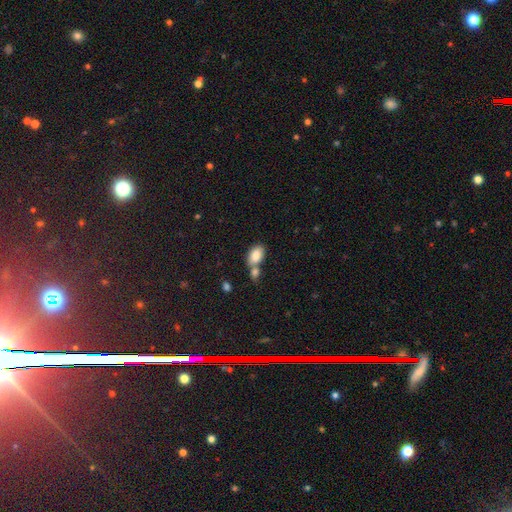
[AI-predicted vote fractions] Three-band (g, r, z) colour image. It shows a smooth galaxy with no disk features (84%) that is in between round and cigar-shaped (90%). Merging: none (43%, tied with merger).